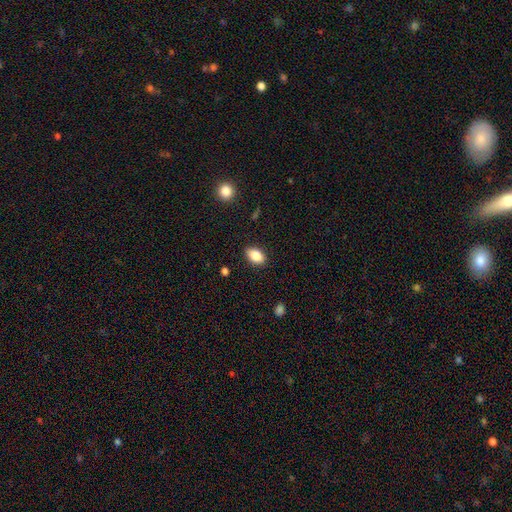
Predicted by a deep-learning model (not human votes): smooth_or_featured: smooth (p=0.86) [alt: star or artifact p=0.08]
how_rounded: in between (p=0.89) [alt: round p=0.09]
merging: none (p=0.88) [alt: minor disturbance p=0.09]